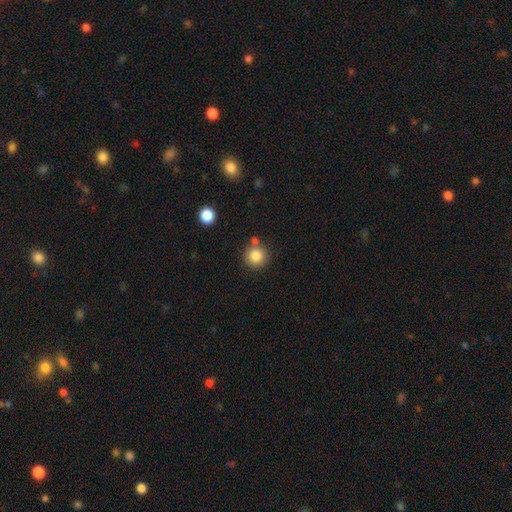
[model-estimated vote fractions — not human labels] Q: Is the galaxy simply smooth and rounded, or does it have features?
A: smooth — 85%.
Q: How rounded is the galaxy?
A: round — 93%.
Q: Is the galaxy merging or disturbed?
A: none — 73%.